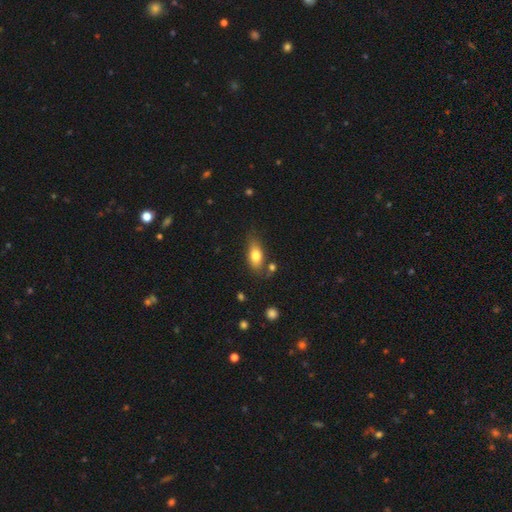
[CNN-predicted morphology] Overall: smooth (76%). How rounded: in between (82%). Merging: none (65%).